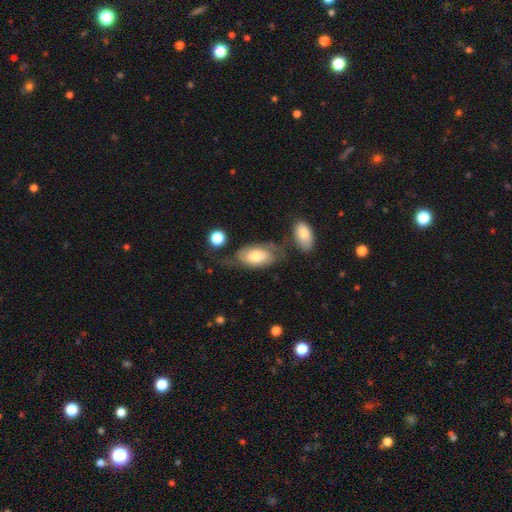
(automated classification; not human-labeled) This is possibly a smooth galaxy (52%). How rounded: clearly in between (92%). Merging: marginally none (41%).